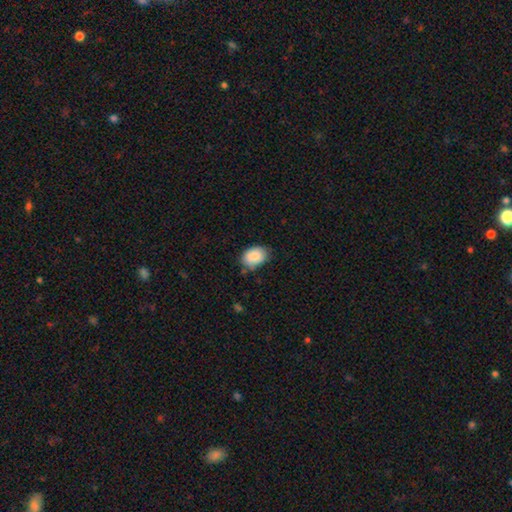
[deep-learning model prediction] This appears to be a smooth galaxy with no disk features (88%) that is in between round and cigar-shaped (81%). Merging: none (71%).